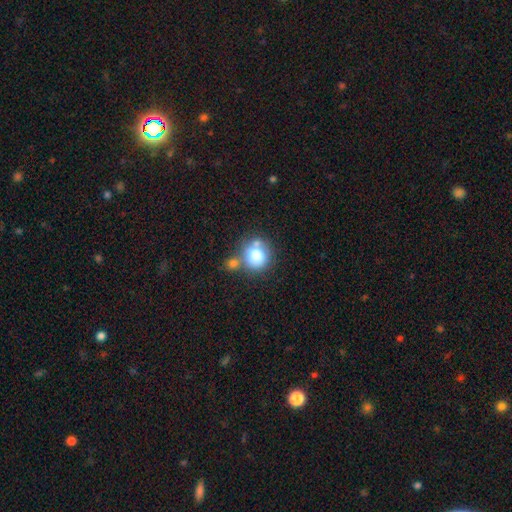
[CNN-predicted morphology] smooth 78%, featured or disk 13%, star or artifact 10%. Down the decision tree: how rounded — round (80%); merging — none (46%).